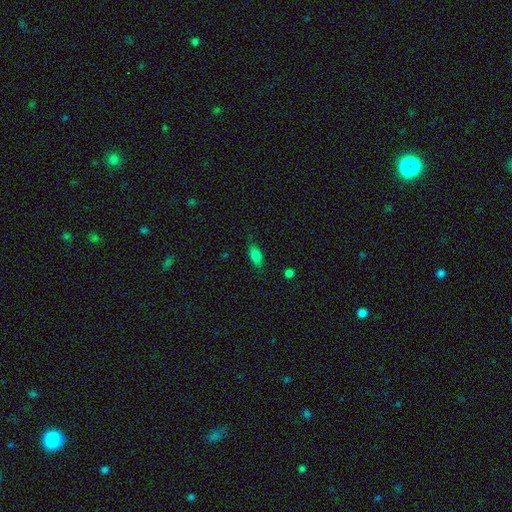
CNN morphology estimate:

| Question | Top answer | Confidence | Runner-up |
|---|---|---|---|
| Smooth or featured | smooth | 78% | featured or disk (12%) |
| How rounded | in between | 81% | cigar-shaped (14%) |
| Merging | none | 76% | minor disturbance (18%) |